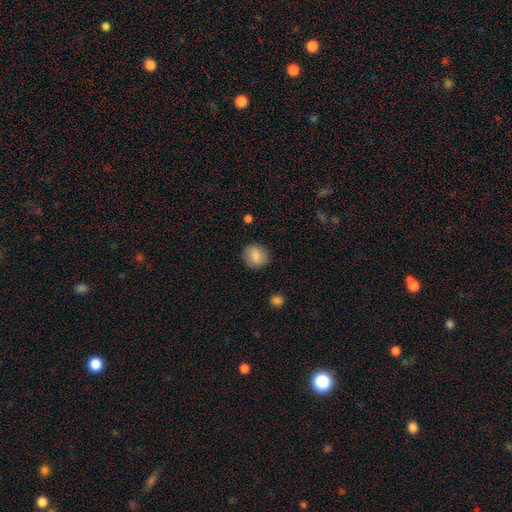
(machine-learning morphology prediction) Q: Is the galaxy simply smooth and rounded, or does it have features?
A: smooth — 83%.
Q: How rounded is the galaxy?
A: round — 85%.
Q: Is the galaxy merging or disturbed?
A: none — 87%.